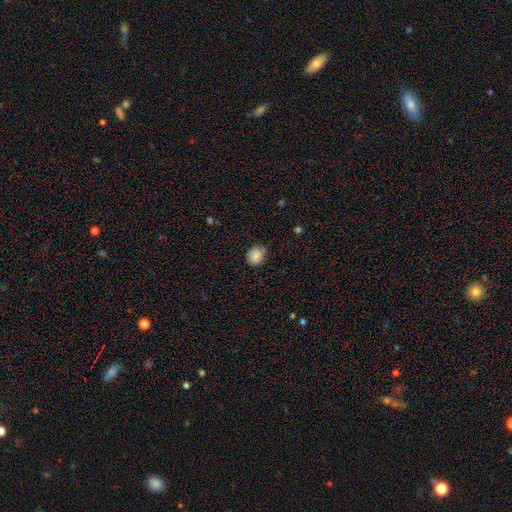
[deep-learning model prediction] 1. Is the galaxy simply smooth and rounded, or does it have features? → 86% smooth, 9% star or artifact, 6% featured or disk.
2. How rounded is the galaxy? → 63% round, 36% in between, 1% cigar-shaped.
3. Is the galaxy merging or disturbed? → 74% none, 21% minor disturbance, 4% major disturbance, 2% merger.